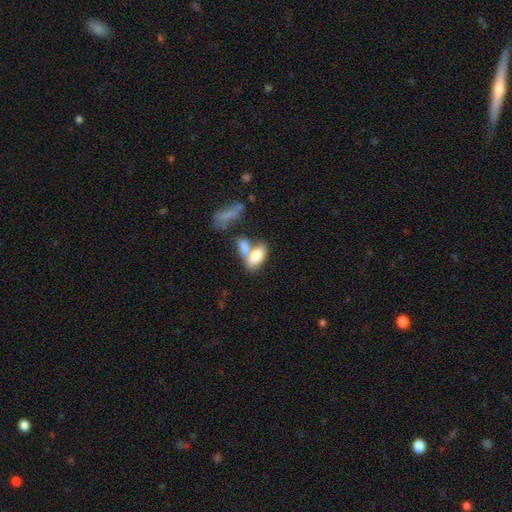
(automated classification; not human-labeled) A smooth galaxy with no disk features (78%) that is in between round and cigar-shaped (90%).

Vote fractions:
- Smooth or featured? smooth: 78% / featured or disk: 14% / star or artifact: 7%
- How rounded? in between: 90% / cigar-shaped: 6% / round: 4%
- Merging? merger: 55% / none: 29% / minor disturbance: 9% / major disturbance: 6%